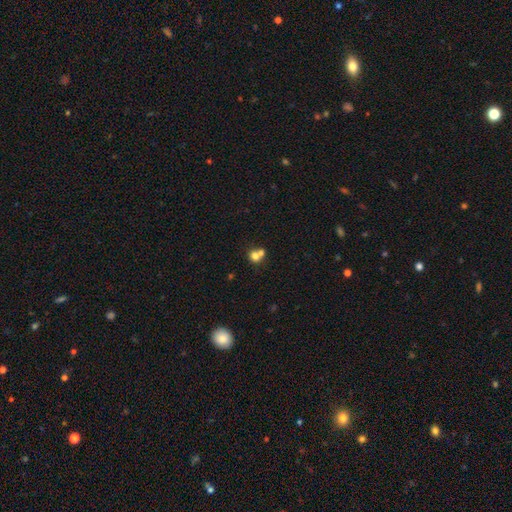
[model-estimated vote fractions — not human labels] A smooth galaxy with no disk features (73%) that is round (81%).

Vote fractions:
- Smooth or featured? smooth: 73% / featured or disk: 14% / star or artifact: 13%
- How rounded? round: 81% / in between: 18% / cigar-shaped: 1%
- Merging? merger: 54% / none: 37% / minor disturbance: 6% / major disturbance: 3%